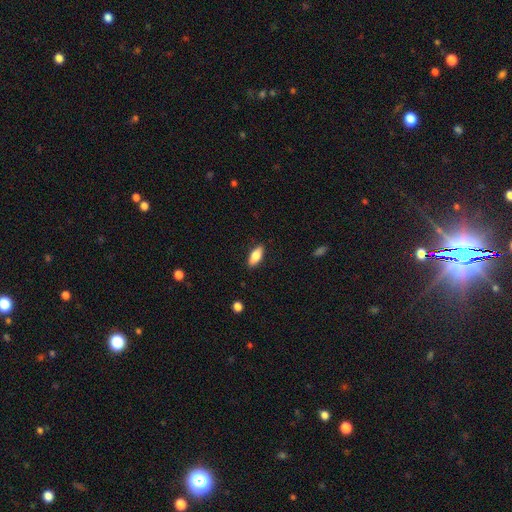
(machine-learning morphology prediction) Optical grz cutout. It shows a smooth galaxy with no disk features (76%) that is in between round and cigar-shaped (80%). Merging: none (87%).